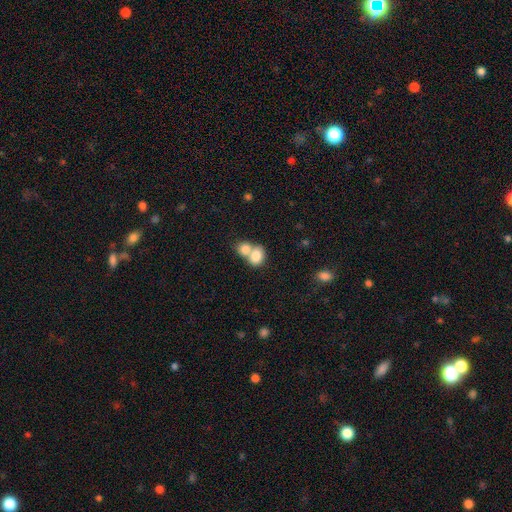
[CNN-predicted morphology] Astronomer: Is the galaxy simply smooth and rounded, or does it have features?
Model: smooth — 81%.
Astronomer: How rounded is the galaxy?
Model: in between — 59% (runner-up: round, 40%).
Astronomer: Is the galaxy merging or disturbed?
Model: merger — 69%.